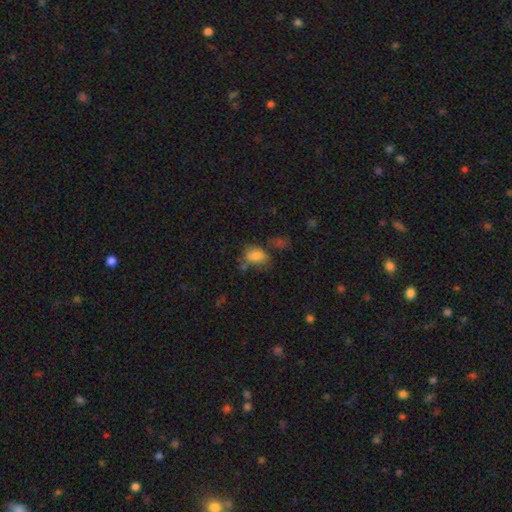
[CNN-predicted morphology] Overall: smooth (74%). How rounded: in between (77%). Merging: none (46%; minor disturbance 25%).